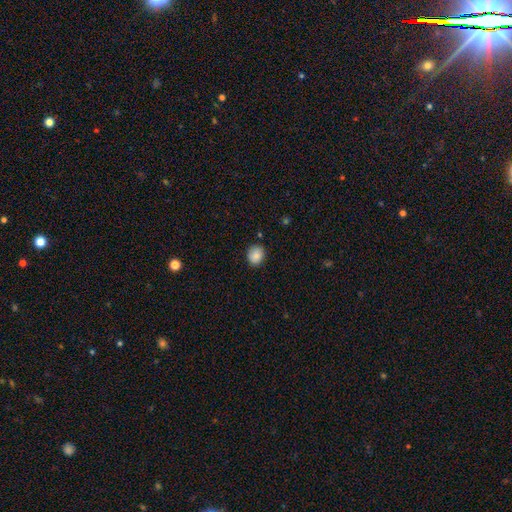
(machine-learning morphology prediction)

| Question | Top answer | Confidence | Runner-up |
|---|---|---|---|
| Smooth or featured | smooth | 86% | star or artifact (8%) |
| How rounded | round | 70% | in between (29%) |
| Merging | none | 84% | minor disturbance (12%) |